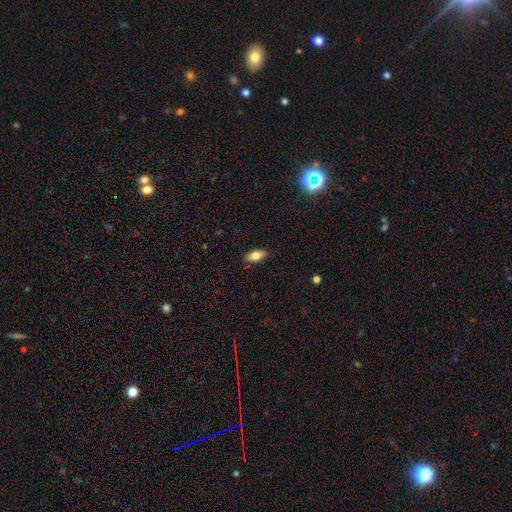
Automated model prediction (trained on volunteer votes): Morphology: type=smooth (76%); roundness=in between (86%); merging=none (88%).